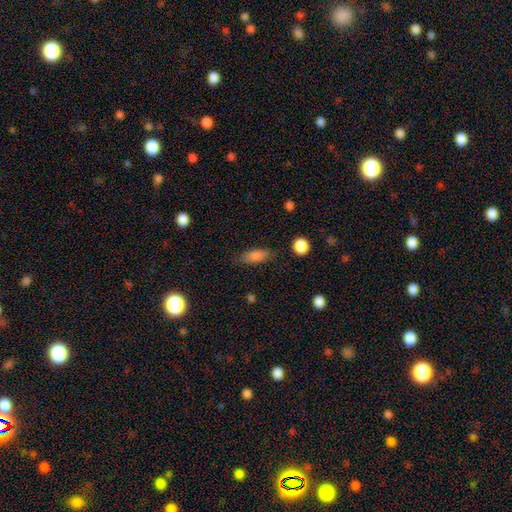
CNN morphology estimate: smooth_or_featured: smooth (p=0.79) [alt: featured or disk p=0.12]
how_rounded: in between (p=0.65) [alt: cigar-shaped p=0.30]
merging: none (p=0.83) [alt: minor disturbance p=0.12]